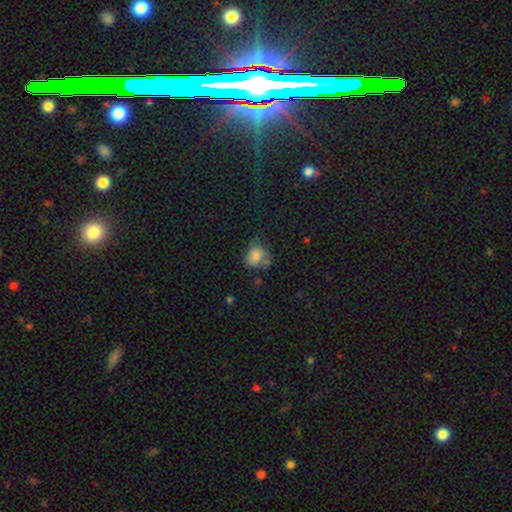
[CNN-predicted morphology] A smooth galaxy with no disk features (63%) that is round (59%). Merging: none (43%).